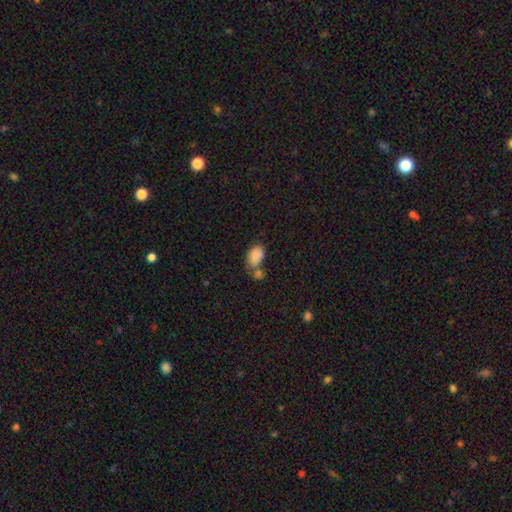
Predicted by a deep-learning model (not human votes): This appears to be a smooth galaxy with no disk features (84%) that is in between round and cigar-shaped (87%). Merging: merger (40%).